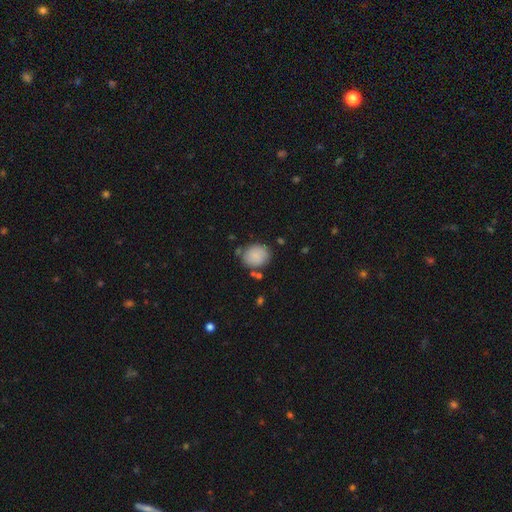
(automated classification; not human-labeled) smooth_or_featured: smooth (p=0.86) [alt: star or artifact p=0.08]
how_rounded: round (p=0.61) [alt: in between p=0.38]
merging: none (p=0.74) [alt: minor disturbance p=0.16]